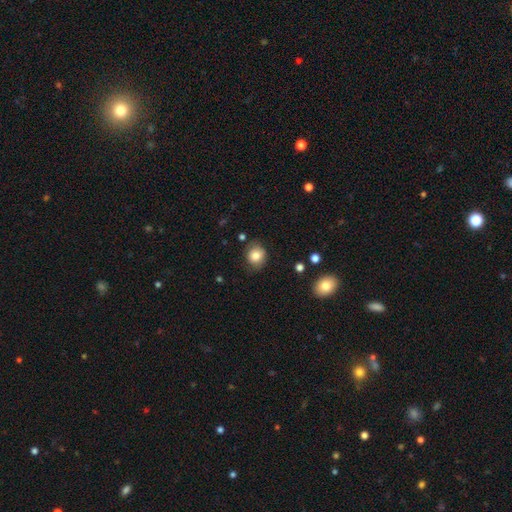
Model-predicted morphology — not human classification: Overall: smooth (82%). How rounded: round (76%). Merging: none (75%).